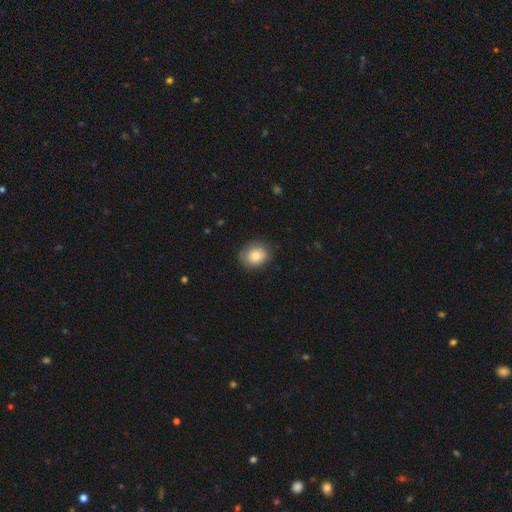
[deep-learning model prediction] Morphology: type=smooth (79%); roundness=round (59%); merging=none (80%).